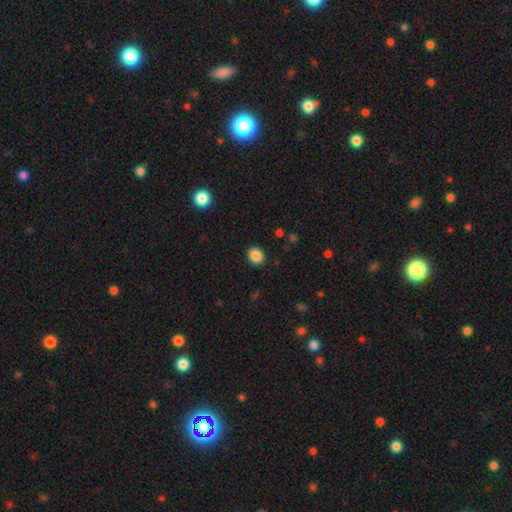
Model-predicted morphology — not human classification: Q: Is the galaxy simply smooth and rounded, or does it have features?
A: smooth — 87%.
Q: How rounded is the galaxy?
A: round — 57%.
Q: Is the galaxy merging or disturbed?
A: none — 90%.